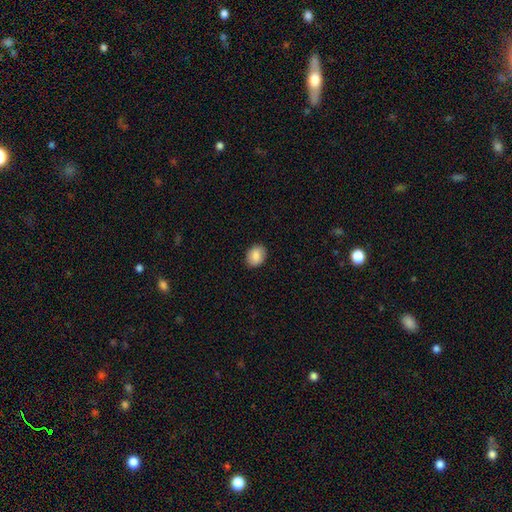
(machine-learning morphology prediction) smooth-or-featured: smooth: 86% | star or artifact: 7% | featured or disk: 7%
  how-rounded: in between: 59% | round: 41% | cigar-shaped: 1%
  merging: none: 89% | minor disturbance: 9% | major disturbance: 2% | merger: 1%